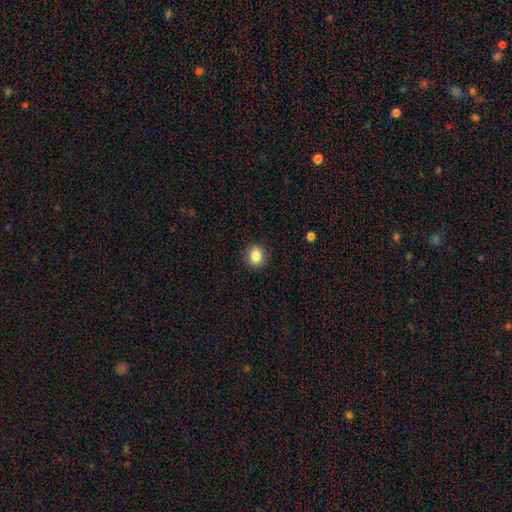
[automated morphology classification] smooth_or_featured: smooth (p=0.85) [alt: star or artifact p=0.10]
how_rounded: round (p=0.86) [alt: in between p=0.13]
merging: none (p=0.92) [alt: minor disturbance p=0.06]